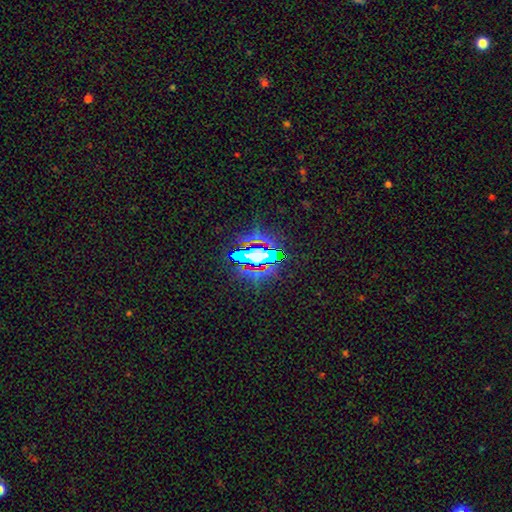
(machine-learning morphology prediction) Q: Smooth or featured?
A: star or artifact (64%); runner-up: smooth (22%)